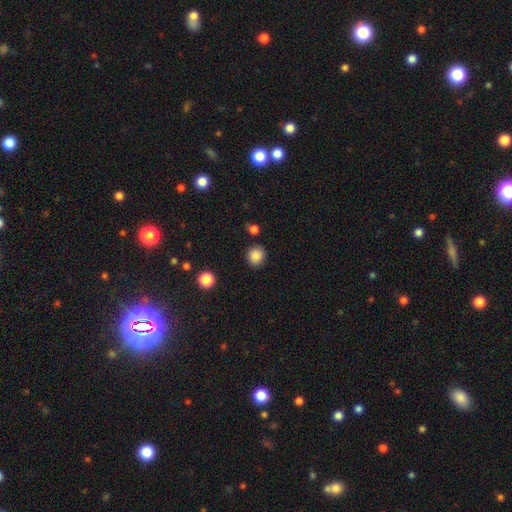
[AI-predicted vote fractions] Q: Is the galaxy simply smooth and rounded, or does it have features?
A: smooth — 87%.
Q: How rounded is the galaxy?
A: round — 86%.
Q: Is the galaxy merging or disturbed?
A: none — 86%.